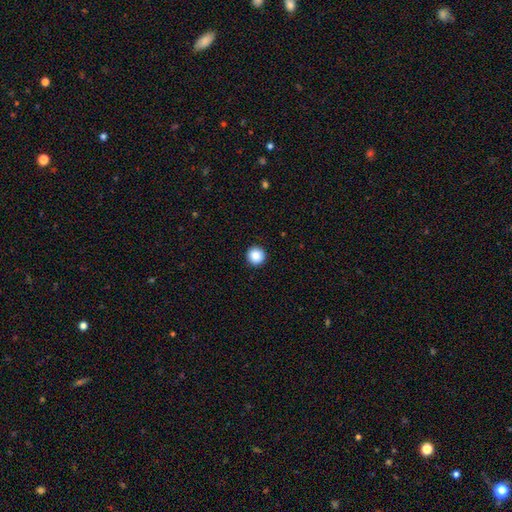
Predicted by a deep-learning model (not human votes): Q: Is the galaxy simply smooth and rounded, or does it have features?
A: smooth — 88%.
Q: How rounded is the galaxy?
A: round — 96%.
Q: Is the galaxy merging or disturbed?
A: none — 93%.